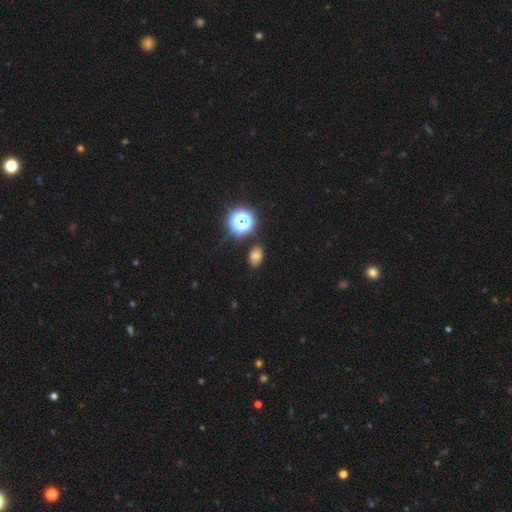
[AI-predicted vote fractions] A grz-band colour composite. It shows a smooth galaxy with no disk features (68%) that is in between round and cigar-shaped (76%). Merging: none (84%).